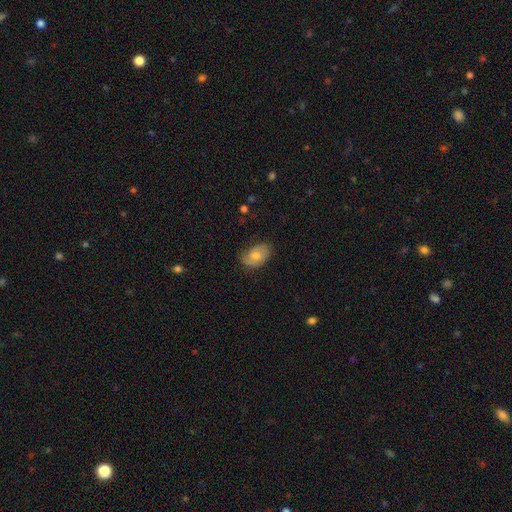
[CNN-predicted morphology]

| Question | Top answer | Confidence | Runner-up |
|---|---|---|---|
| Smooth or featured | smooth | 61% | featured or disk (31%) |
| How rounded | in between | 87% | round (11%) |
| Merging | none | 71% | minor disturbance (22%) |